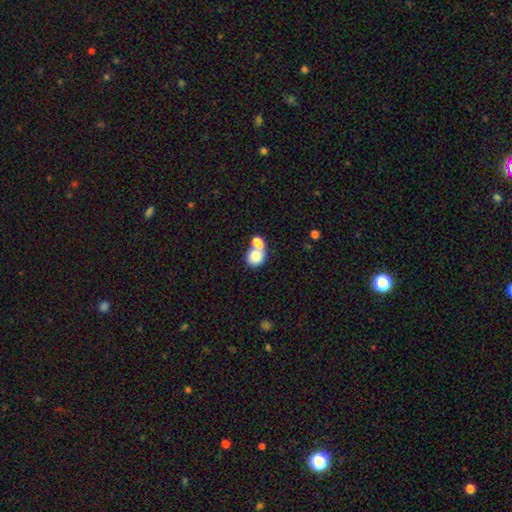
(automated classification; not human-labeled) smooth-or-featured: smooth: 78% | featured or disk: 13% | star or artifact: 9%
  how-rounded: round: 71% | in between: 28% | cigar-shaped: 1%
  merging: merger: 60% | none: 29% | minor disturbance: 7% | major disturbance: 4%